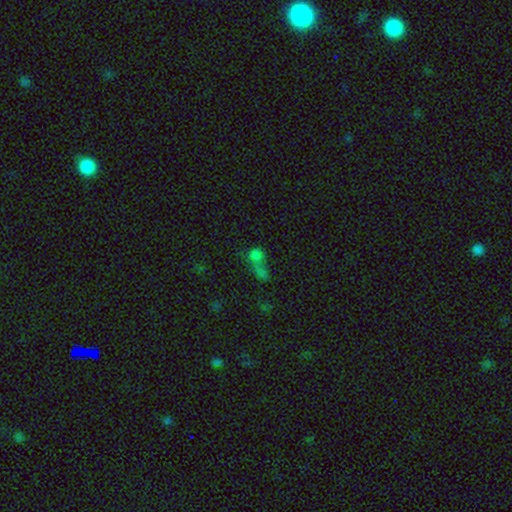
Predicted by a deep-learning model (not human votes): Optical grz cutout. It shows a smooth galaxy with no disk features (61%) that is round (64%). Merging: merger (59%).